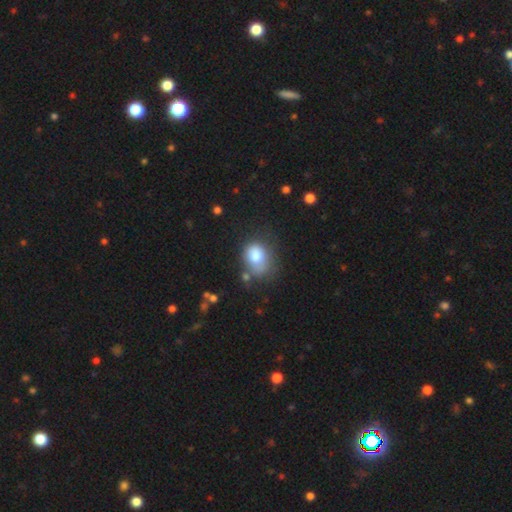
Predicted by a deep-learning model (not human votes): smooth-or-featured: smooth: 78% | featured or disk: 13% | star or artifact: 9%
  how-rounded: in between: 55% | round: 44% | cigar-shaped: 1%
  merging: none: 43% | minor disturbance: 29% | major disturbance: 17% | merger: 10%